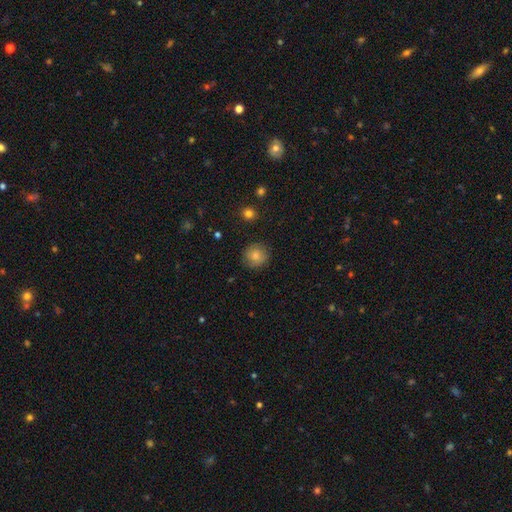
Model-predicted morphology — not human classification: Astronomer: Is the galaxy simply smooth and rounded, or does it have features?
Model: smooth — 83%.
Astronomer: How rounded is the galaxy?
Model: round — 90%.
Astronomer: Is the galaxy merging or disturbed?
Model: none — 86%.